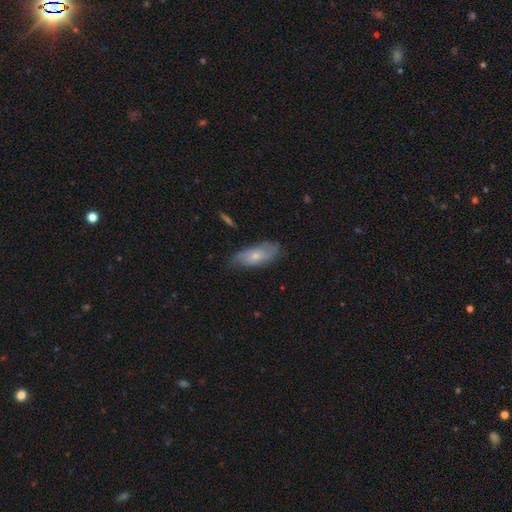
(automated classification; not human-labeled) This is possibly a smooth galaxy (54%). How rounded: likely in between (79%). Merging: likely none (67%).